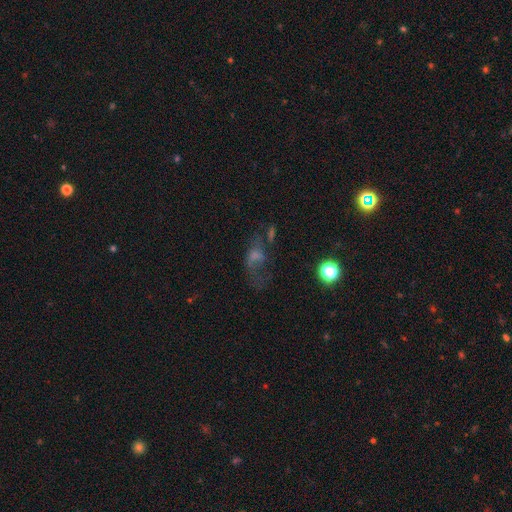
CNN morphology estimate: Smooth or featured? Predicted: featured or disk (p=0.42). Merging? Predicted: none (p=0.39).